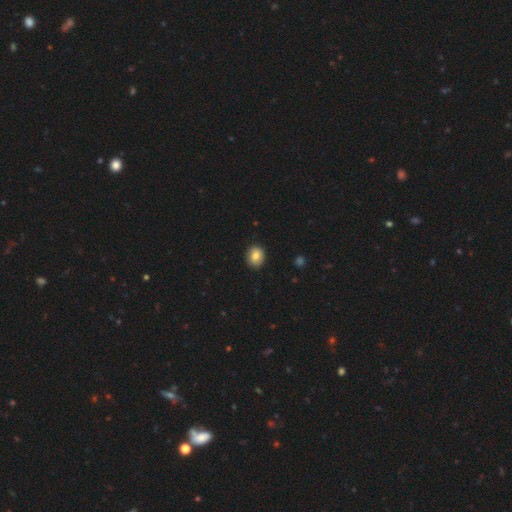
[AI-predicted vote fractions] Smooth or featured: smooth — 82% (featured or disk — 9%)
How rounded: round — 59% (in between — 40%)
Merging: none — 88% (minor disturbance — 9%)